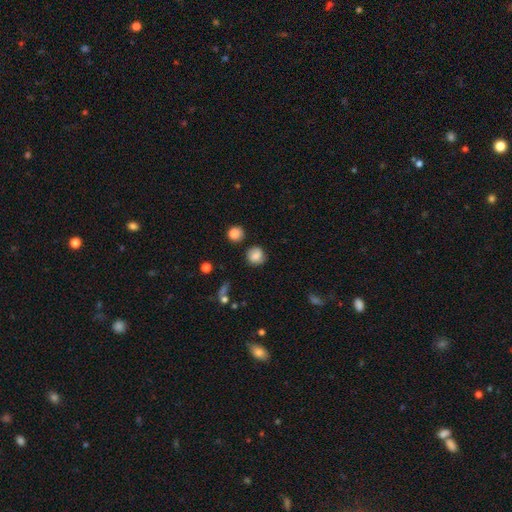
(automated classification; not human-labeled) smooth-or-featured: smooth: 77% | featured or disk: 13% | star or artifact: 10%
  how-rounded: round: 81% | in between: 18% | cigar-shaped: 1%
  merging: none: 76% | minor disturbance: 16% | major disturbance: 5% | merger: 3%